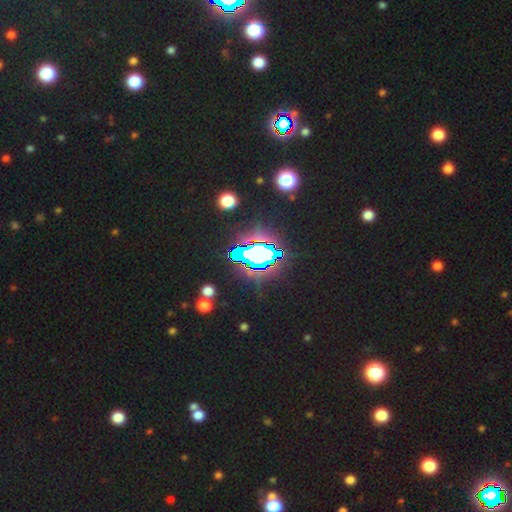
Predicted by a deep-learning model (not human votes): A star or artifact, not a galaxy (69%).